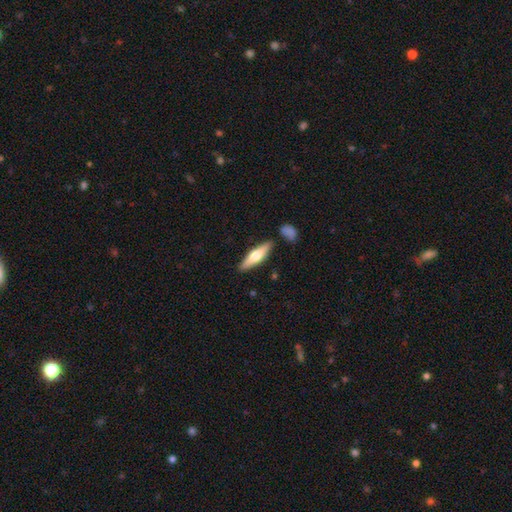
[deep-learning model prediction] Smooth or featured? Predicted: featured or disk (p=0.47, tied with smooth). Merging? Predicted: none (p=0.84).